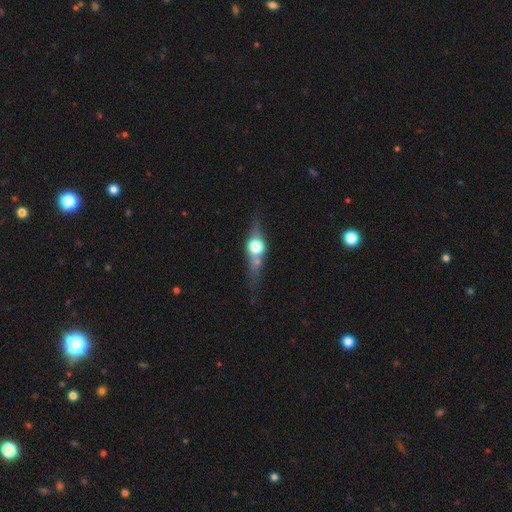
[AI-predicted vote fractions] A featured or disk galaxy (72%) viewed edge-on (93%) with a rounded central bulge (96%).

Vote fractions:
- Smooth or featured? featured or disk: 72% / smooth: 19% / star or artifact: 9%
- Edge-on disk? yes: 93% / no: 7%
- Edge-on bulge? rounded: 96% / boxy: 3% / none: 2%
- Merging? none: 75% / minor disturbance: 15% / major disturbance: 6% / merger: 4%